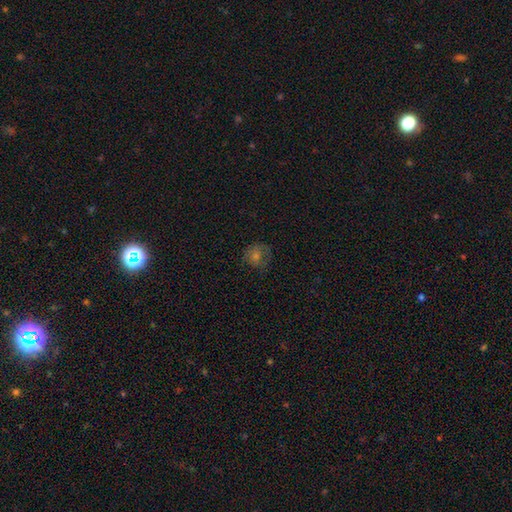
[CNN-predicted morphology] A smooth galaxy with no disk features (52%) that is round (82%).

Vote fractions:
- Smooth or featured? smooth: 52% / featured or disk: 27% / star or artifact: 22%
- How rounded? round: 82% / in between: 17% / cigar-shaped: 1%
- Merging? none: 69% / minor disturbance: 19% / major disturbance: 11% / merger: 1%